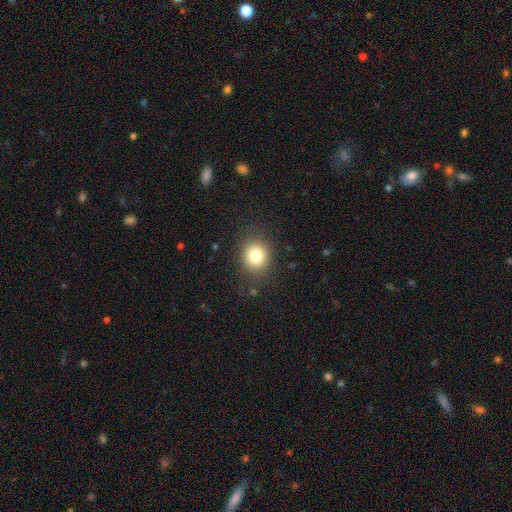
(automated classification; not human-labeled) smooth 80%, star or artifact 12%, featured or disk 8%. Down the decision tree: how rounded — round (80%); merging — none (86%).